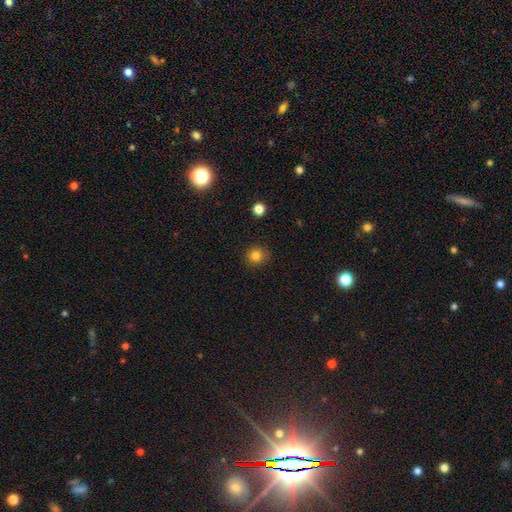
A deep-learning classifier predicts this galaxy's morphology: The model was most divided on "smooth or featured": smooth: 82%, star or artifact: 13%, featured or disk: 6%. More confident: how rounded — round (89%); merging — none (88%).